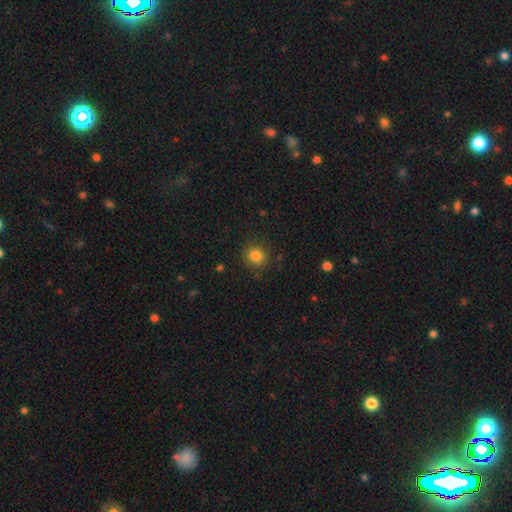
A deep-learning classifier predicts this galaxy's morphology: Smooth or featured? Predicted: smooth (p=0.83). How rounded? Predicted: round (p=0.88). Merging? Predicted: none (p=0.87).